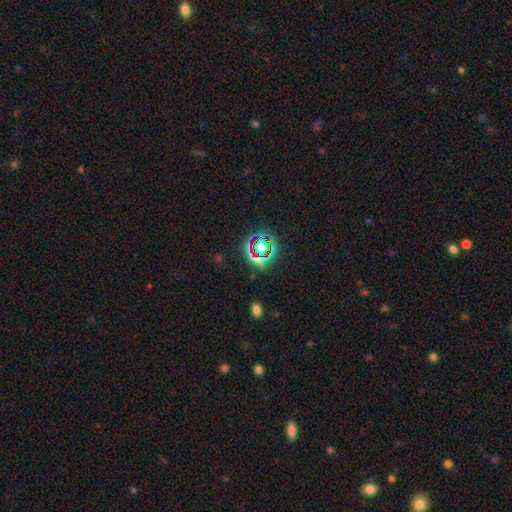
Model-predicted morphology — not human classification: Smooth or featured?
  - star or artifact: 65% *
  - smooth: 24%
  - featured or disk: 11%